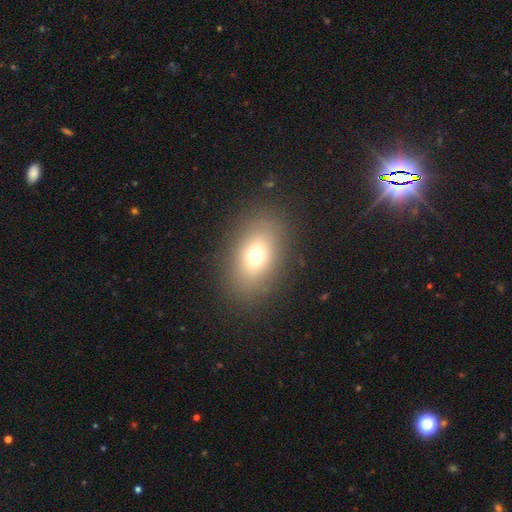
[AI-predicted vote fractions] This appears to be a smooth galaxy with no disk features (70%) that is in between round and cigar-shaped (77%). Merging: none (86%).